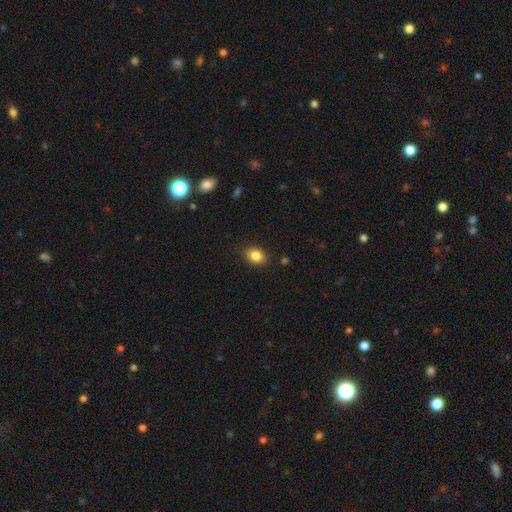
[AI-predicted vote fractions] A smooth galaxy with no disk features (85%) that is in between round and cigar-shaped (68%). Merging: none (87%).